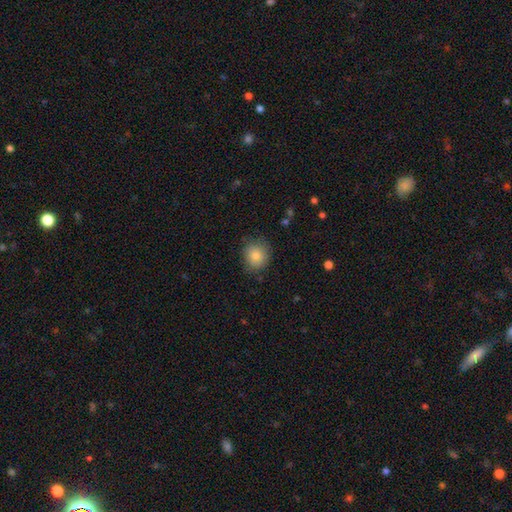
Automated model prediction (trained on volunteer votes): The model was most divided on "how rounded": round: 80%, in between: 19%, cigar-shaped: 1%. More confident: smooth or featured — smooth (83%); merging — none (80%).